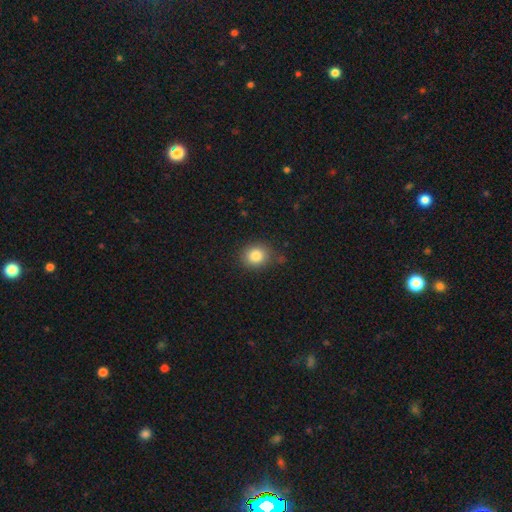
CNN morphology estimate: Smooth or featured? smooth (84%)
How rounded? round (77%)
Merging? none (82%)